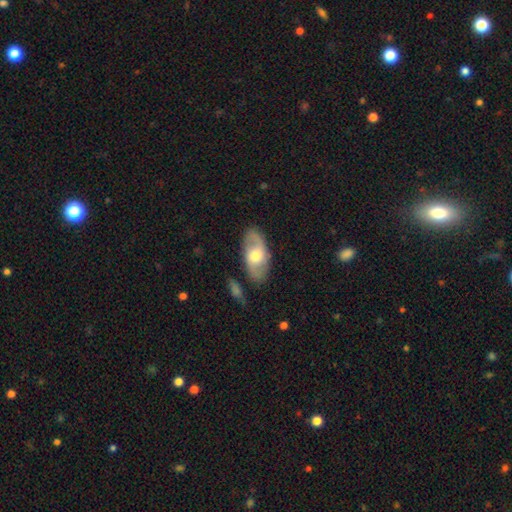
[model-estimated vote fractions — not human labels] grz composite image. It shows a featured or disk galaxy (56%). Merging: none (81%).